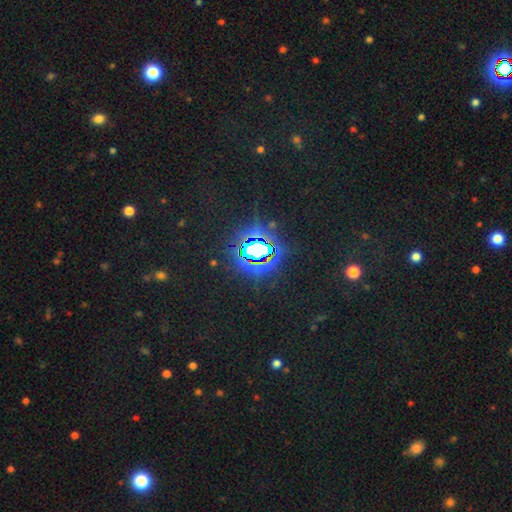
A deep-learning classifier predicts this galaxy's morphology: This appears to be a star or artifact, not a galaxy (79%).